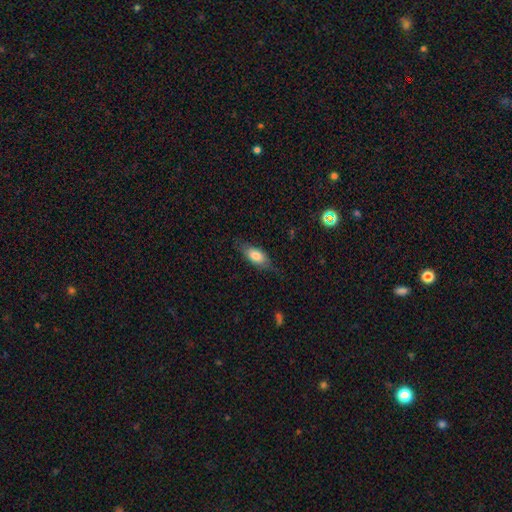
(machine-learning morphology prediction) smooth-or-featured: smooth: 72% | featured or disk: 21% | star or artifact: 7%
  how-rounded: in between: 81% | cigar-shaped: 14% | round: 4%
  merging: none: 70% | minor disturbance: 22% | major disturbance: 7% | merger: 1%